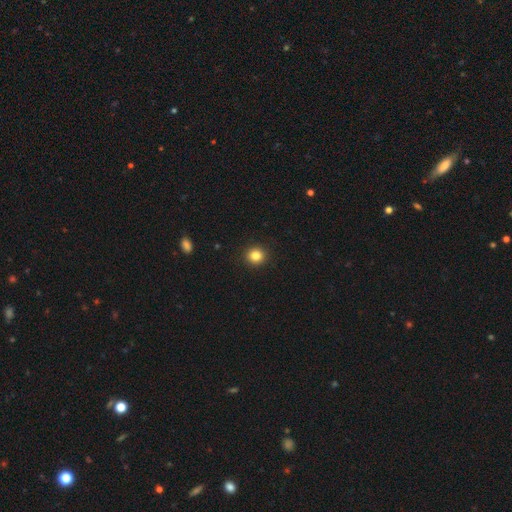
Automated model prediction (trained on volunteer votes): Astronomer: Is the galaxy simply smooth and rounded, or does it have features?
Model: smooth — 84%.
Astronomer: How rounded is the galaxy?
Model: round — 90%.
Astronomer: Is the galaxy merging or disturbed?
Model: none — 92%.